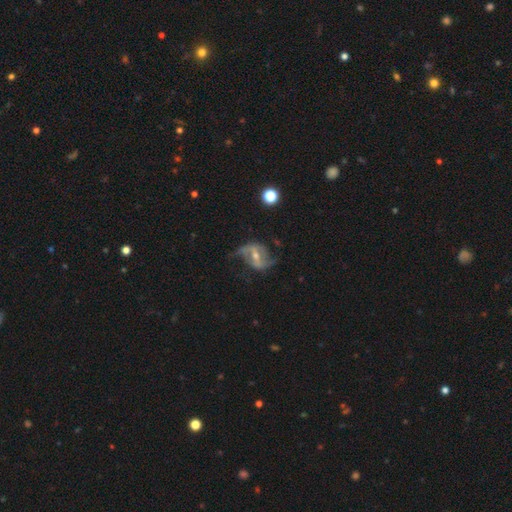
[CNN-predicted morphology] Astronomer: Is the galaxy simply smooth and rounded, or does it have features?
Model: featured or disk — 84%.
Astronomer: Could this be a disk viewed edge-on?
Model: no — 96%.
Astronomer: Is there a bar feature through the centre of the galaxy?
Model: strong — 50% (runner-up: weak, 36%).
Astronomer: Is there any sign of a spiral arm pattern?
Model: yes — 91%.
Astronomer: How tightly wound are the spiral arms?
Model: loose — 58%.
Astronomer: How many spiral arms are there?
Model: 2 — 89%.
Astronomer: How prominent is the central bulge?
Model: moderate — 54% (runner-up: small, 40%).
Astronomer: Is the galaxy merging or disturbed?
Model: none — 61%.